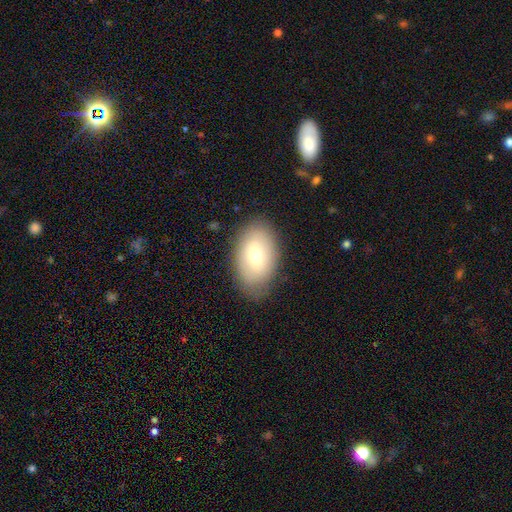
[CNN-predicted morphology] Smooth or featured: smooth — 67% (featured or disk — 25%)
How rounded: in between — 89% (round — 9%)
Merging: none — 81% (minor disturbance — 14%)